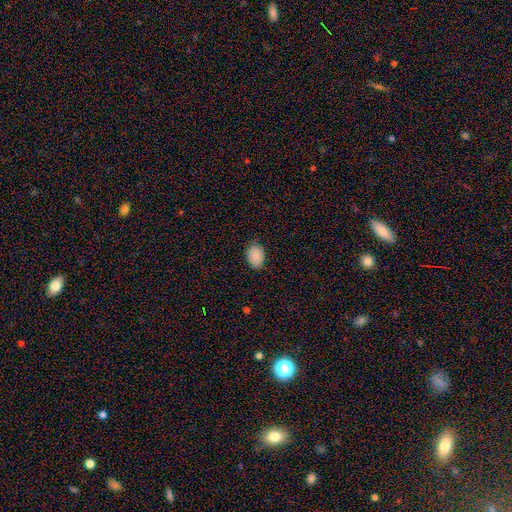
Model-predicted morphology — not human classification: smooth_or_featured: smooth (p=0.88) [alt: star or artifact p=0.08]
how_rounded: in between (p=0.77) [alt: round p=0.22]
merging: none (p=0.83) [alt: minor disturbance p=0.13]